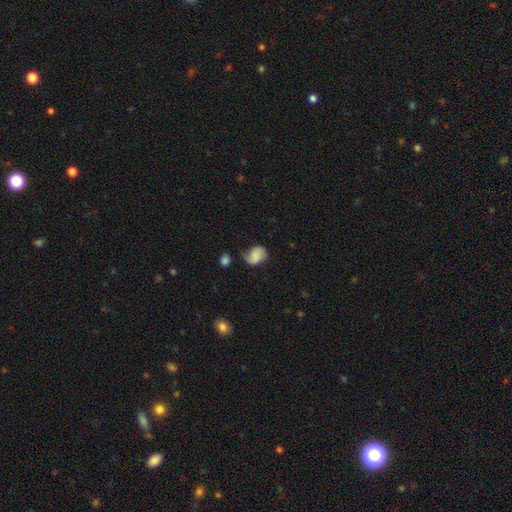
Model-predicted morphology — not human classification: smooth 55%, featured or disk 36%, star or artifact 10%. Down the decision tree: how rounded — in between (59%); merging — none (45%).